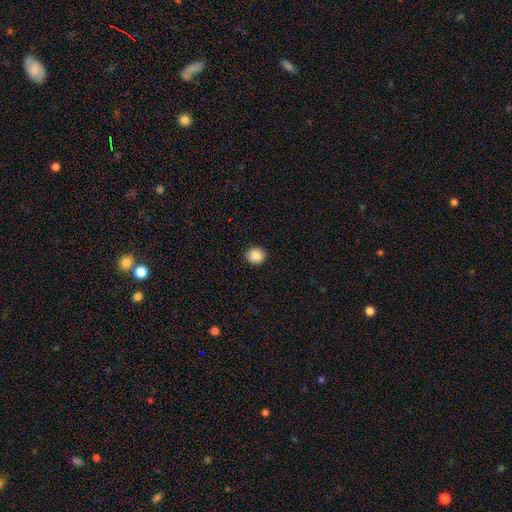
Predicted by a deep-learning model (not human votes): Q: Smooth or featured?
A: smooth (89%); runner-up: star or artifact (9%)
Q: How rounded?
A: round (89%); runner-up: in between (10%)
Q: Merging?
A: none (91%); runner-up: minor disturbance (6%)